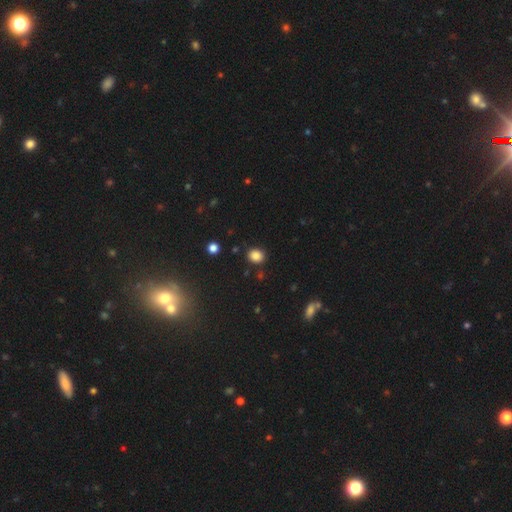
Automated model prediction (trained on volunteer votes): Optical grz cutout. It shows a smooth galaxy with no disk features (84%) that is round (59%). Merging: none (86%).